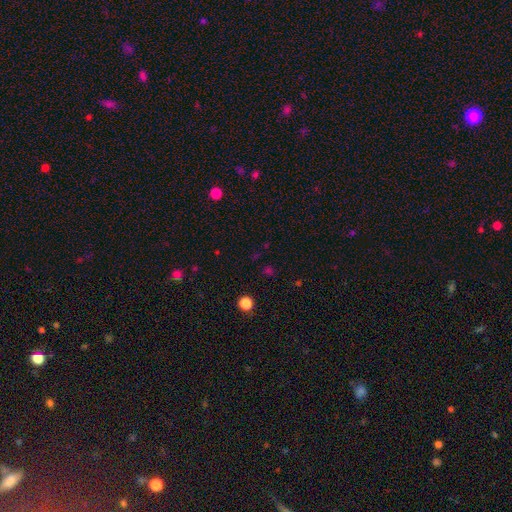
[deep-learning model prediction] Q: Smooth or featured?
A: star or artifact (56%); runner-up: smooth (37%)